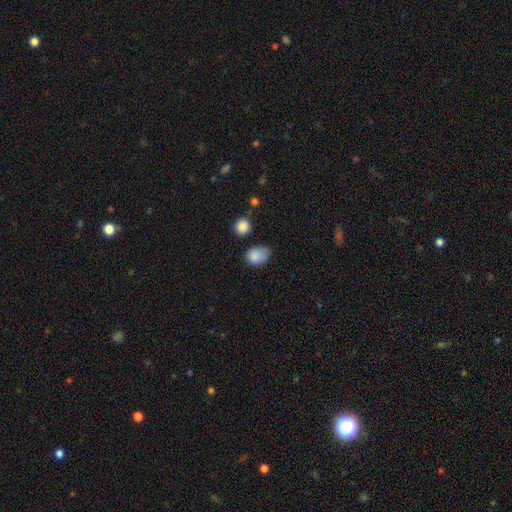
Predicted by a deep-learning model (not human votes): Morphology: type=smooth (84%); roundness=in between (71%); merging=minor disturbance (40%, tied with none).